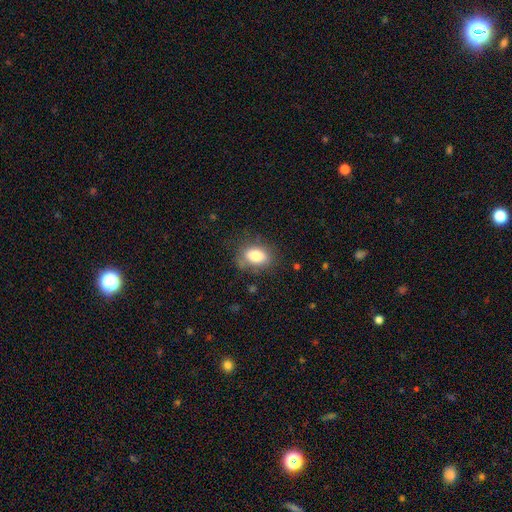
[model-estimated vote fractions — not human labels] Q: Smooth or featured?
A: smooth (82%); runner-up: featured or disk (10%)
Q: How rounded?
A: in between (84%); runner-up: round (14%)
Q: Merging?
A: none (72%); runner-up: minor disturbance (19%)